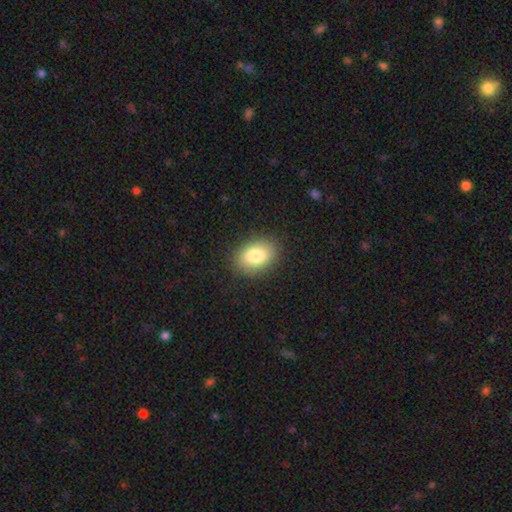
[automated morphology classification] This appears to be a smooth galaxy with no disk features (83%) that is in between round and cigar-shaped (80%). Merging: none (86%).